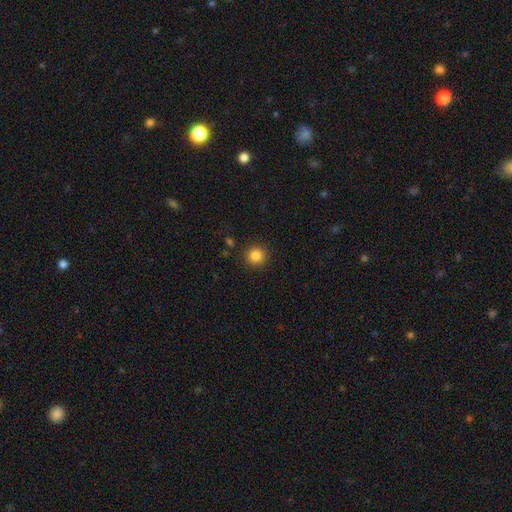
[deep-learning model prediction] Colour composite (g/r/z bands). It shows a smooth galaxy with no disk features (85%) that is round (92%). Merging: none (90%).